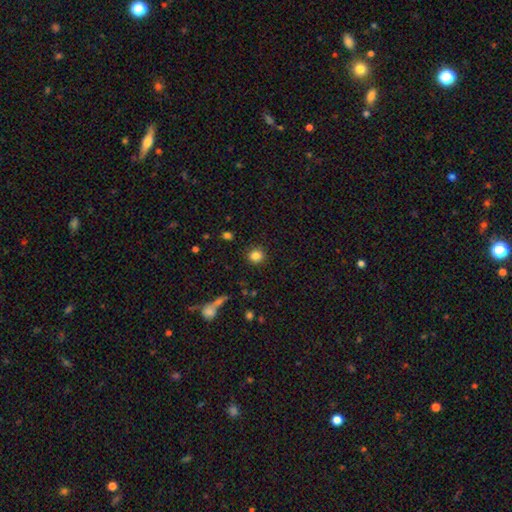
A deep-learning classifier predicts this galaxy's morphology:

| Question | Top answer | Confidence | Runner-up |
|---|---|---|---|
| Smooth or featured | smooth | 85% | star or artifact (11%) |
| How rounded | round | 89% | in between (10%) |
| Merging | none | 89% | minor disturbance (6%) |